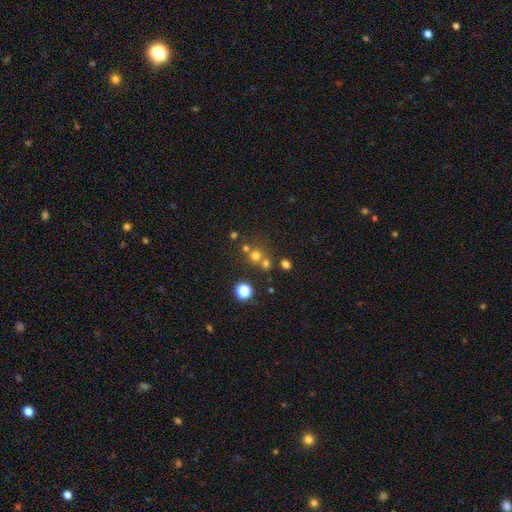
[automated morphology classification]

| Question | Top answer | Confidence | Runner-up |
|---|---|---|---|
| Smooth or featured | smooth | 63% | star or artifact (26%) |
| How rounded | round | 89% | in between (10%) |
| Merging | none | 58% | merger (32%) |